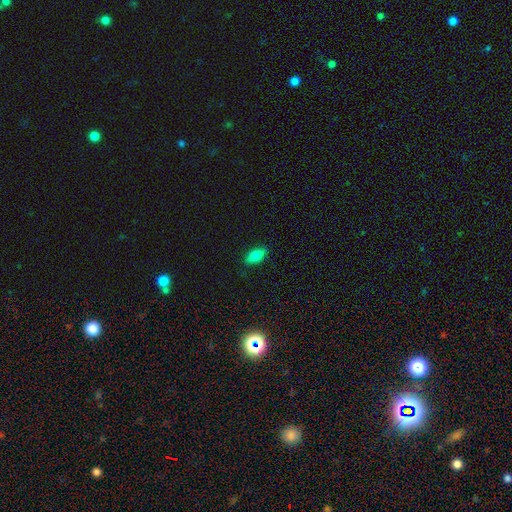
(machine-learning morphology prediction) Overall: smooth (81%). How rounded: in between (85%). Merging: none (86%).